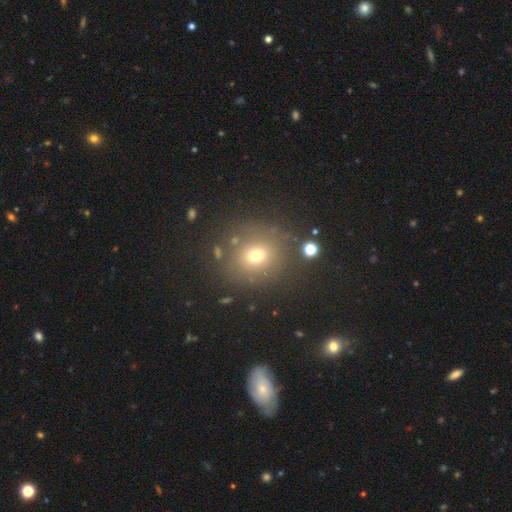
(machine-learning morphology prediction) This is likely a smooth galaxy (68%). How rounded: clearly round (81%). Merging: clearly none (81%).